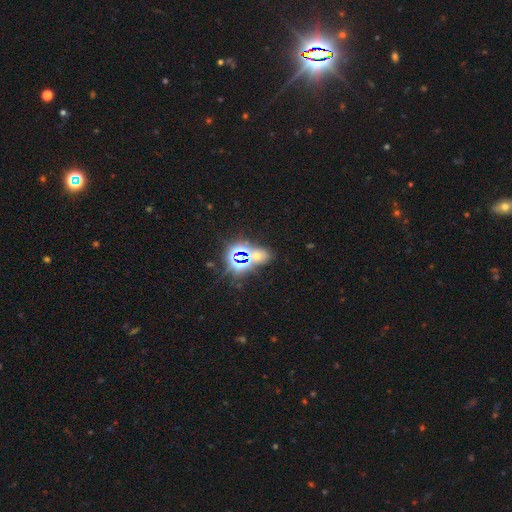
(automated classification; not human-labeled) This appears to be a star or artifact, not a galaxy (70%).